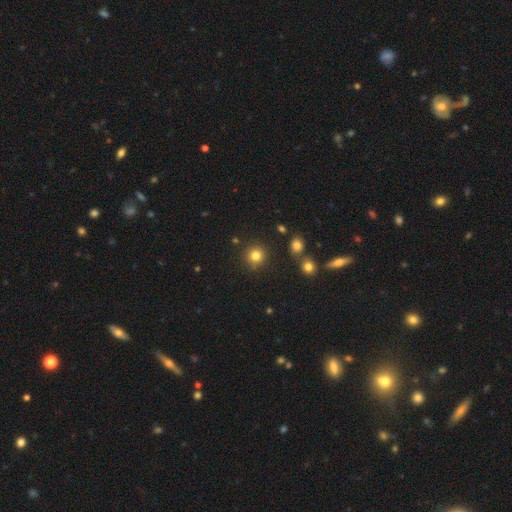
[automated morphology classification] type=smooth (82%); roundness=round (93%); merging=none (88%).